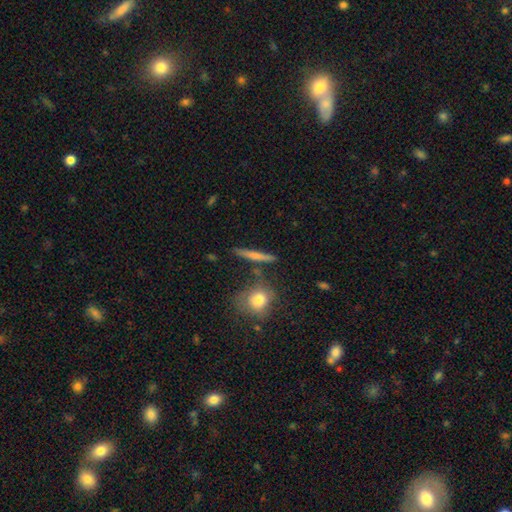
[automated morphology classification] Smooth or featured: smooth — 61% (featured or disk — 31%)
How rounded: cigar-shaped — 84% (in between — 8%)
Merging: none — 82% (minor disturbance — 9%)